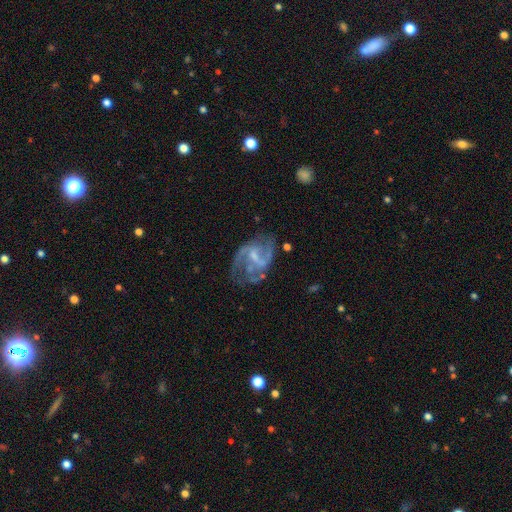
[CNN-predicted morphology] smooth-or-featured: featured or disk: 84% | smooth: 9% | star or artifact: 7%
  disk-edge-on: no: 98% | yes: 2%
    bar: weak: 53% | strong: 24% | no: 23%
    has-spiral-arms: yes: 88% | no: 12%
      spiral-winding: medium: 44% | loose: 43% | tight: 13%
      spiral-arm-count: 2: 67% | can't tell: 14% | 3: 10% | 1: 4% | 4: 3% | more than 4: 3%
    bulge-size: small: 45% | moderate: 27% | none: 25% | large: 2% | dominant: 1%
  merging: none: 53% | major disturbance: 22% | minor disturbance: 21% | merger: 4%